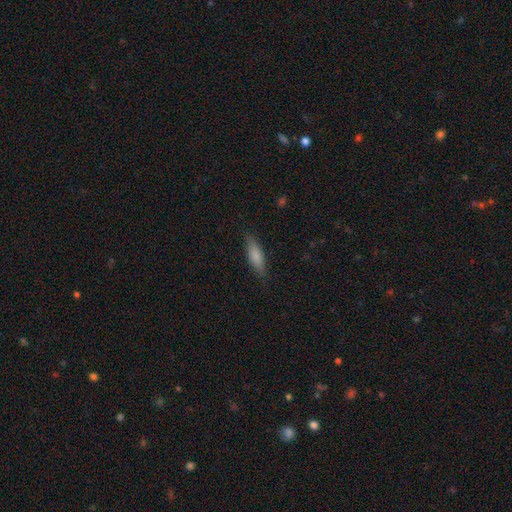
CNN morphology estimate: A smooth galaxy with no disk features (80%) that is cigar-shaped (49%, tied with in between). Merging: none (84%).